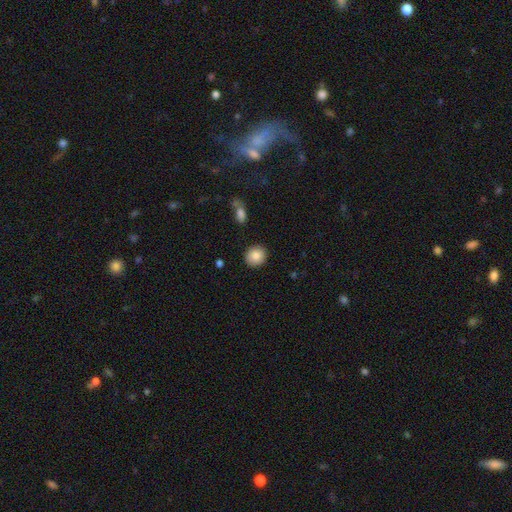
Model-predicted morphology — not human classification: Q: Smooth or featured?
A: smooth (86%); runner-up: star or artifact (8%)
Q: How rounded?
A: round (86%); runner-up: in between (13%)
Q: Merging?
A: none (89%); runner-up: minor disturbance (7%)